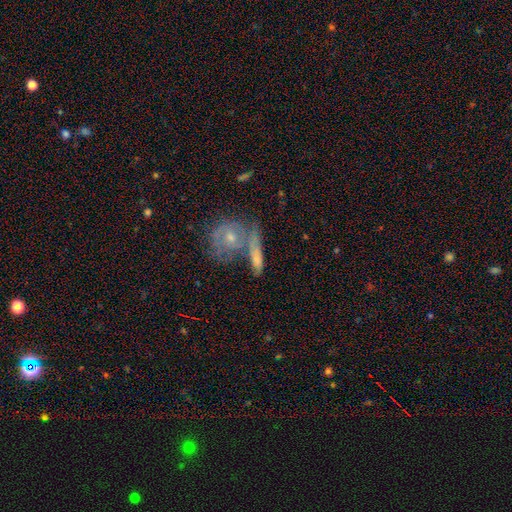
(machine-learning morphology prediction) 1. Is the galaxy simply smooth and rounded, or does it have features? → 46% featured or disk, 45% smooth, 9% star or artifact.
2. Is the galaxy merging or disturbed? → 41% none, 36% merger, 15% minor disturbance, 8% major disturbance.